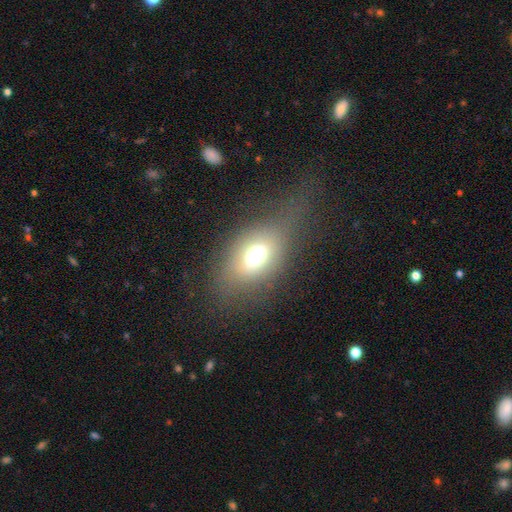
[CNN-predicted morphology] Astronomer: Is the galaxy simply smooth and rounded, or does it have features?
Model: smooth — 63%.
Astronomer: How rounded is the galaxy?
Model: in between — 70%.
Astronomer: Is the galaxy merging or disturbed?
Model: none — 63%.